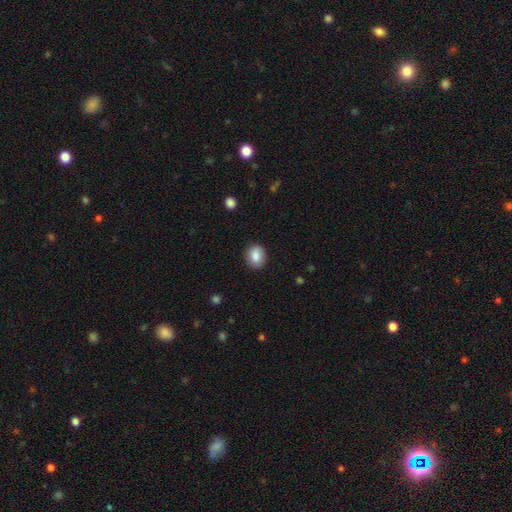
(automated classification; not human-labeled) This appears to be a smooth galaxy with no disk features (86%) that is round (51%). Merging: none (88%).